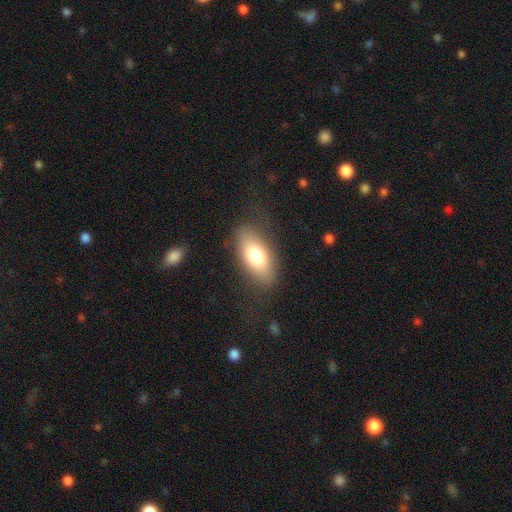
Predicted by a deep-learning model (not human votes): A smooth galaxy with no disk features (76%) that is in between round and cigar-shaped (87%).

Vote fractions:
- Smooth or featured? smooth: 76% / featured or disk: 16% / star or artifact: 8%
- How rounded? in between: 87% / cigar-shaped: 9% / round: 4%
- Merging? none: 79% / minor disturbance: 13% / major disturbance: 6% / merger: 1%